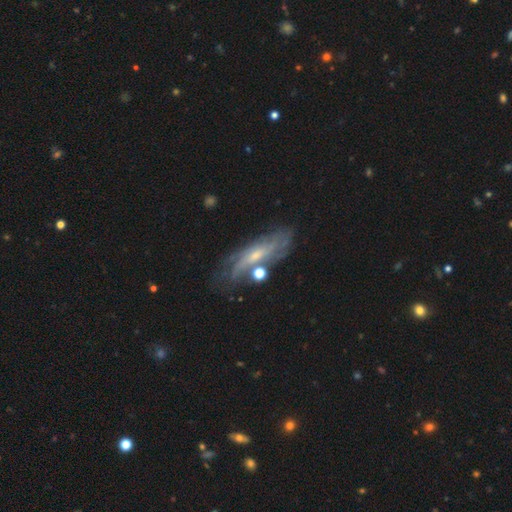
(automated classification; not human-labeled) smooth-or-featured: featured or disk: 72% | smooth: 20% | star or artifact: 9%
  disk-edge-on: no: 70% | yes: 30%
    bar: no: 50% | weak: 37% | strong: 13%
    has-spiral-arms: yes: 81% | no: 19%
    bulge-size: small: 61% | moderate: 30% | none: 6% | large: 2% | dominant: 1%
  merging: none: 65% | minor disturbance: 19% | major disturbance: 9% | merger: 8%